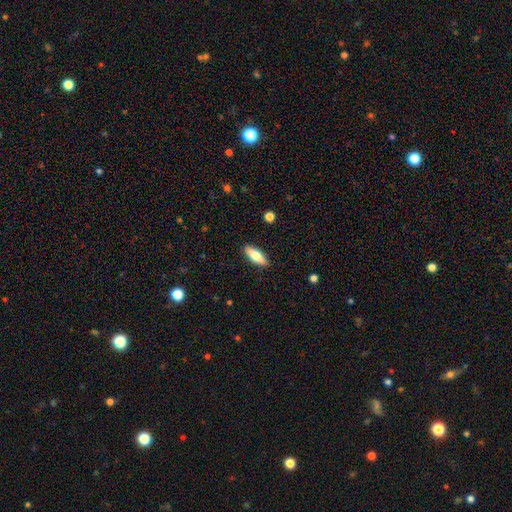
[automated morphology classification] A smooth galaxy with no disk features (70%) that is in between round and cigar-shaped (63%). Merging: none (89%).